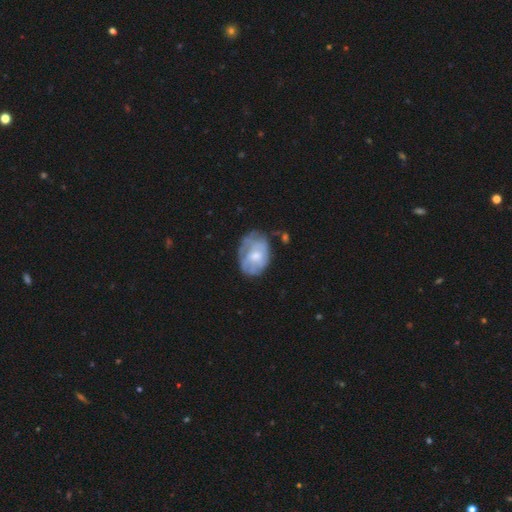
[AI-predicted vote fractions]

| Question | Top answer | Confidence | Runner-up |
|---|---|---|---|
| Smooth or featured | featured or disk | 51% | smooth (43%) |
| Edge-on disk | no | 97% | yes (3%) |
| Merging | none | 49% | minor disturbance (31%) |